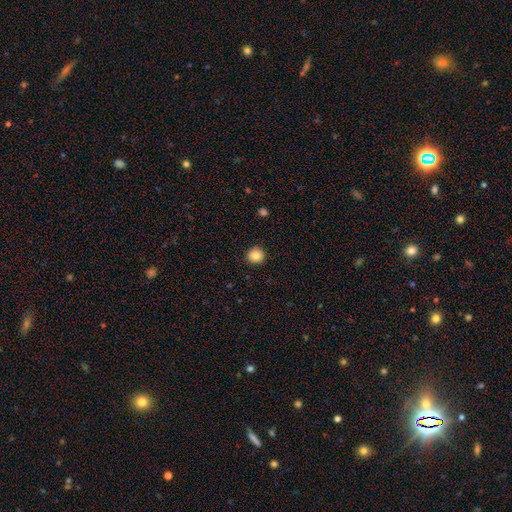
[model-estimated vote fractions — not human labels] Smooth or featured? Predicted: smooth (p=0.85). How rounded? Predicted: round (p=0.94). Merging? Predicted: none (p=0.92).